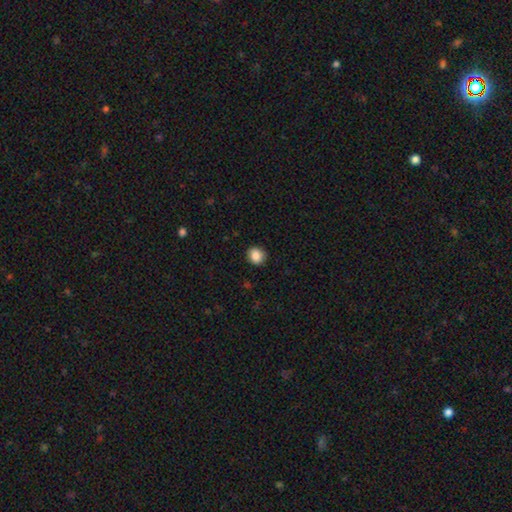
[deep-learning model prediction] This is clearly a smooth galaxy (87%). How rounded: clearly round (83%). Merging: clearly none (90%).